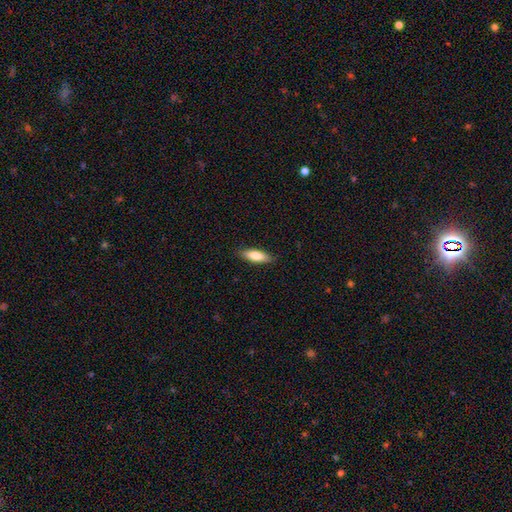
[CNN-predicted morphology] The model was most divided on "how rounded": in between: 57%, cigar-shaped: 41%, round: 2%. More confident: merging — none (87%); smooth or featured — smooth (78%).